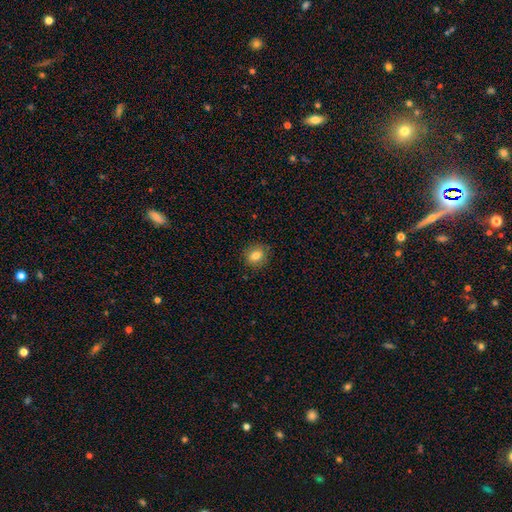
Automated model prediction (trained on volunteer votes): Smooth or featured?
  - smooth: 81% *
  - star or artifact: 10%
  - featured or disk: 9%
How rounded?
  - round: 76% *
  - in between: 23%
  - cigar-shaped: 1%
Merging?
  - none: 88% *
  - minor disturbance: 8%
  - major disturbance: 2%
  - merger: 1%